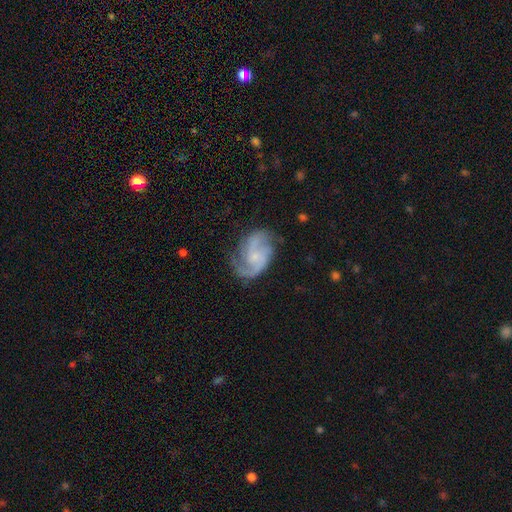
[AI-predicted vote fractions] A featured or disk galaxy (84%) with no bar (62%), 2 (65%) medium (50%) spiral arms (96%) and a small central bulge (64%).

Vote fractions:
- Smooth or featured? featured or disk: 84% / smooth: 10% / star or artifact: 6%
- Edge-on disk? no: 98% / yes: 2%
- Bar? no: 62% / weak: 33% / strong: 6%
- Spiral arms? yes: 96% / no: 4%
- Spiral winding? medium: 50% / loose: 25% / tight: 24%
- Spiral arm count? 2: 65% / 3: 17% / can't tell: 8% / 1: 4% / 4: 3% / more than 4: 3%
- Bulge size? small: 64% / moderate: 18% / none: 16% / large: 2% / dominant: 1%
- Merging? none: 65% / minor disturbance: 21% / major disturbance: 12% / merger: 2%